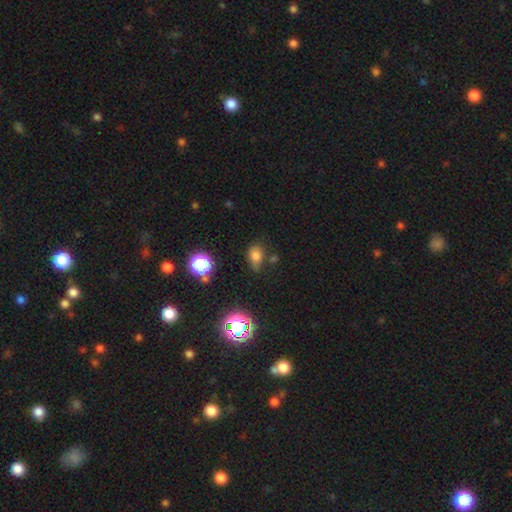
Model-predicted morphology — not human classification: Smooth or featured? smooth (72%)
How rounded? in between (62%)
Merging? none (53%)